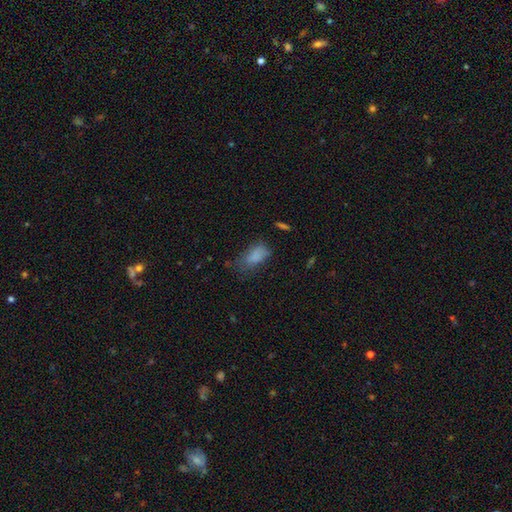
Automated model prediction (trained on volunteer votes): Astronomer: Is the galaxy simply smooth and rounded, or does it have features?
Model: smooth — 78%.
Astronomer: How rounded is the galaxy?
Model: in between — 89%.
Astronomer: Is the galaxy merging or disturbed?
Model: none — 41% (runner-up: minor disturbance, 33%).